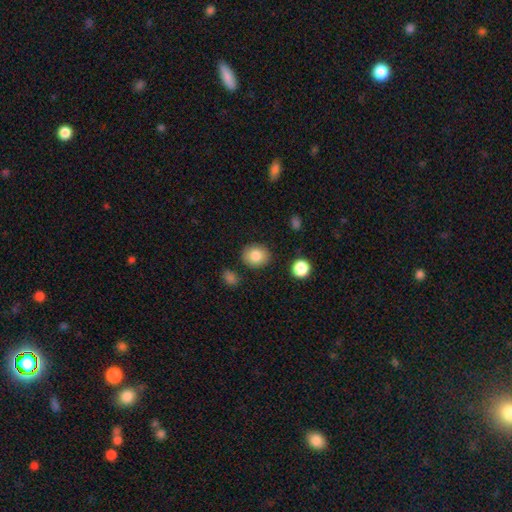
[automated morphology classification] smooth-or-featured: smooth: 83% | star or artifact: 9% | featured or disk: 8%
  how-rounded: round: 67% | in between: 32% | cigar-shaped: 1%
  merging: none: 85% | minor disturbance: 10% | merger: 3% | major disturbance: 3%